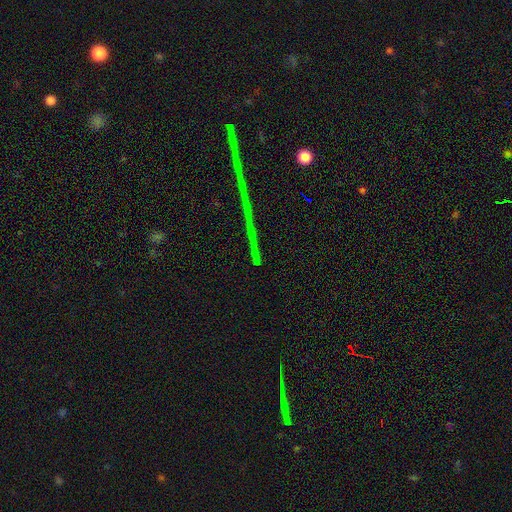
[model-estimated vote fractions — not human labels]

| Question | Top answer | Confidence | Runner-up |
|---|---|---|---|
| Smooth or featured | star or artifact | 78% | featured or disk (12%) |